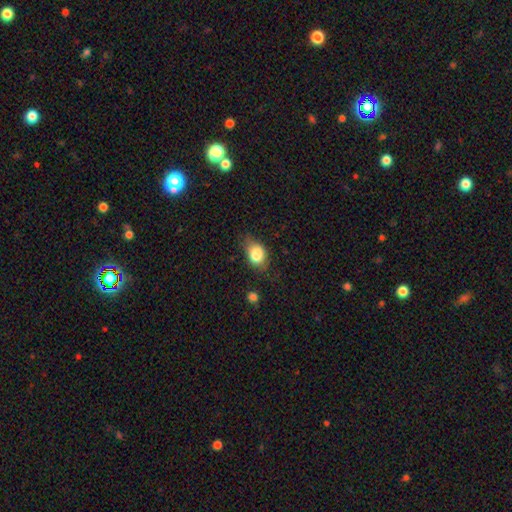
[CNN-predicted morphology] Smooth or featured?
  - smooth: 81% *
  - featured or disk: 10%
  - star or artifact: 9%
How rounded?
  - in between: 64% *
  - round: 34%
  - cigar-shaped: 2%
Merging?
  - none: 61% *
  - minor disturbance: 28%
  - major disturbance: 8%
  - merger: 3%